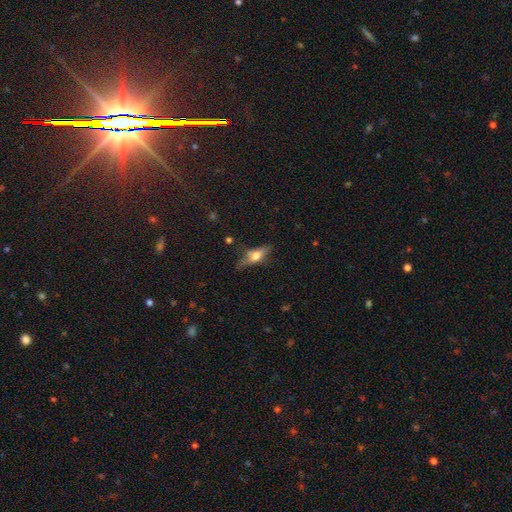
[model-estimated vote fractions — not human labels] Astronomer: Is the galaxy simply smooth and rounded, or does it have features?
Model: featured or disk — 46% (runner-up: smooth, 44%).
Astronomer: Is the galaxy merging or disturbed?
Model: none — 61%.